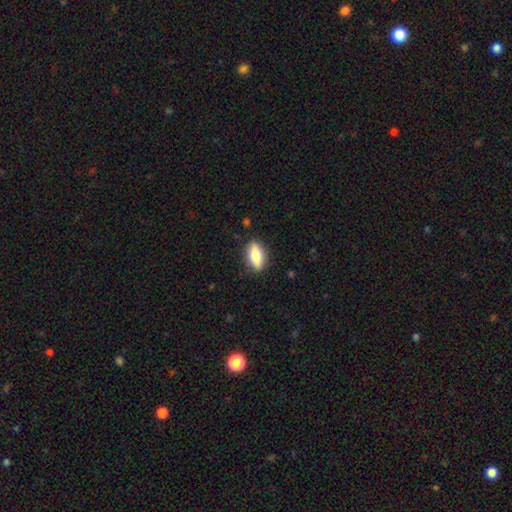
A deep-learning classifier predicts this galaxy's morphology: Smooth or featured?
  - smooth: 64% *
  - featured or disk: 29%
  - star or artifact: 7%
How rounded?
  - in between: 76% *
  - cigar-shaped: 19%
  - round: 5%
Merging?
  - none: 86% *
  - minor disturbance: 10%
  - major disturbance: 3%
  - merger: 1%